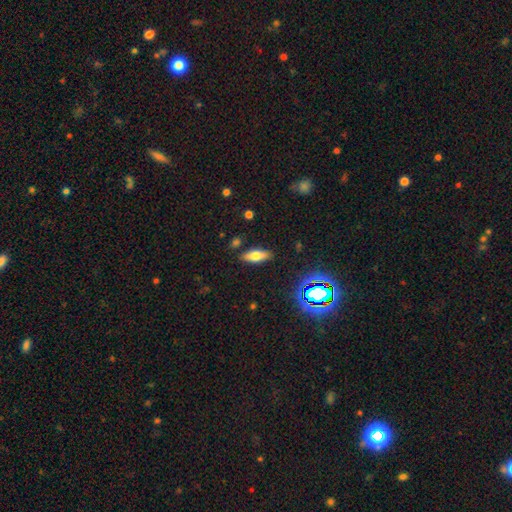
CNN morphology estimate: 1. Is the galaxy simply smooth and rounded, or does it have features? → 66% smooth, 22% featured or disk, 12% star or artifact.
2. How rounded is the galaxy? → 71% in between, 26% cigar-shaped, 3% round.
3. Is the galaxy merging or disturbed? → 85% none, 10% minor disturbance, 2% major disturbance, 2% merger.